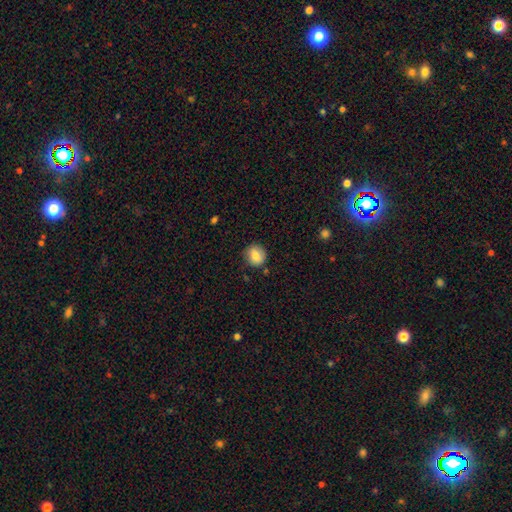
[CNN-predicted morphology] type=smooth (81%); roundness=round (84%); merging=none (84%).